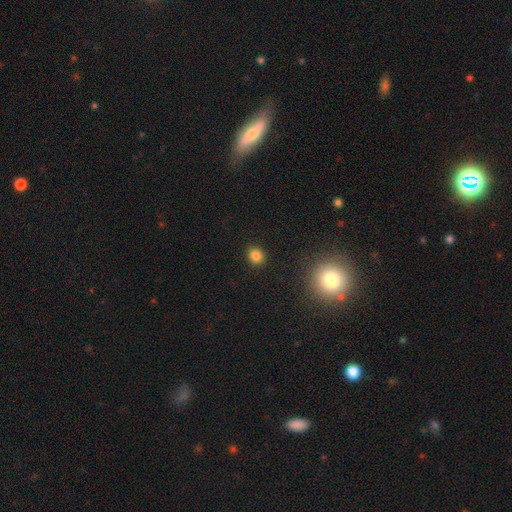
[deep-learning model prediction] smooth_or_featured: smooth (p=0.83) [alt: star or artifact p=0.13]
how_rounded: round (p=0.80) [alt: in between p=0.19]
merging: none (p=0.91) [alt: minor disturbance p=0.06]